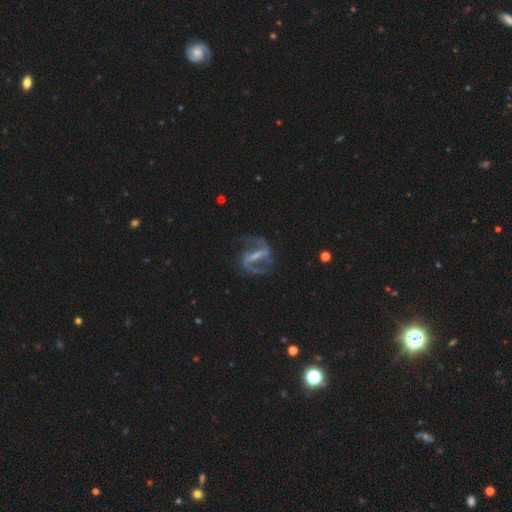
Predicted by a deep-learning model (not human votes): Q: Smooth or featured?
A: featured or disk (90%); runner-up: star or artifact (5%)
Q: Edge-on disk?
A: no (96%); runner-up: yes (4%)
Q: Bar?
A: strong (72%); runner-up: weak (22%)
Q: Spiral arms?
A: yes (95%); runner-up: no (5%)
Q: Spiral winding?
A: medium (53%); runner-up: loose (33%)
Q: Spiral arm count?
A: 2 (92%); runner-up: can't tell (3%)
Q: Bulge size?
A: small (40%); runner-up: none (32%)
Q: Merging?
A: none (73%); runner-up: minor disturbance (15%)